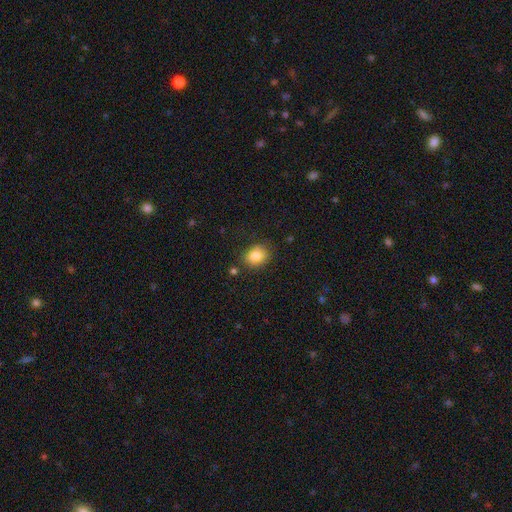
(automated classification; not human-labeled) Overall: smooth (83%). How rounded: round (51%; in between 48%). Merging: none (79%).